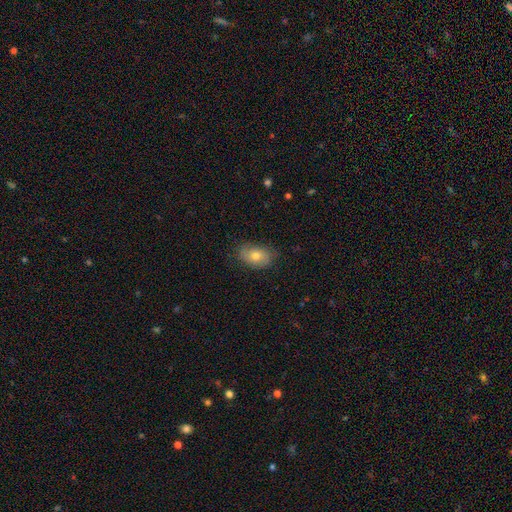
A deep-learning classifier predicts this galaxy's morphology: smooth_or_featured: smooth (p=0.70) [alt: featured or disk p=0.22]
how_rounded: in between (p=0.86) [alt: round p=0.12]
merging: none (p=0.75) [alt: minor disturbance p=0.20]